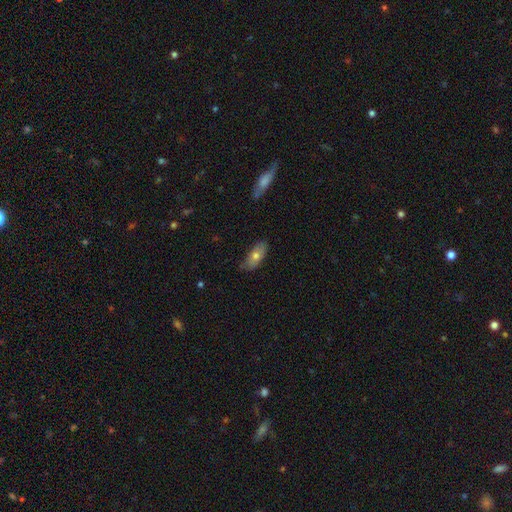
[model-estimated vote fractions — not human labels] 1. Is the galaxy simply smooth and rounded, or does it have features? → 67% smooth, 26% featured or disk, 7% star or artifact.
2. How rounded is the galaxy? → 81% in between, 15% cigar-shaped, 3% round.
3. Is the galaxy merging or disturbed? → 78% none, 17% minor disturbance, 3% major disturbance, 2% merger.